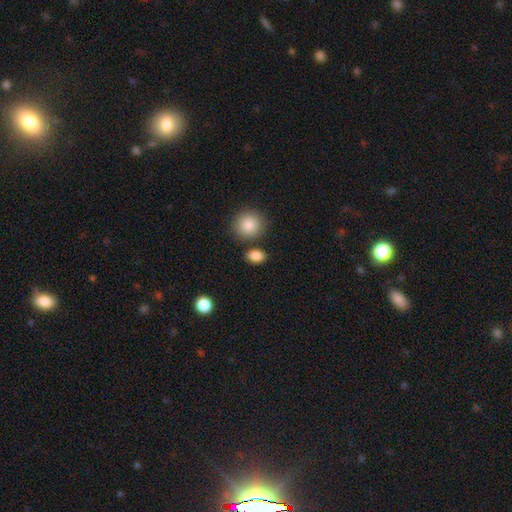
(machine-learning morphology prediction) smooth-or-featured: smooth: 87% | star or artifact: 9% | featured or disk: 4%
  how-rounded: in between: 71% | round: 27% | cigar-shaped: 2%
  merging: none: 78% | minor disturbance: 10% | merger: 8% | major disturbance: 3%